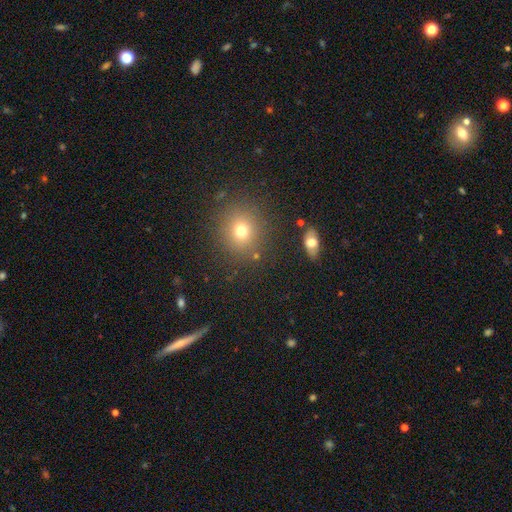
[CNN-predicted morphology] type=smooth (65%); roundness=round (82%); merging=none (86%).